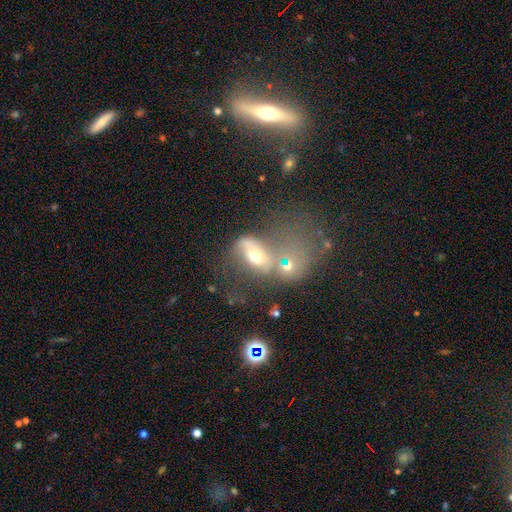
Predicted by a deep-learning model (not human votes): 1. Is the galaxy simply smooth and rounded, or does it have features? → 49% smooth, 38% featured or disk, 14% star or artifact.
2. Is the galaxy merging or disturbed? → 38% merger, 26% none, 22% major disturbance, 14% minor disturbance.